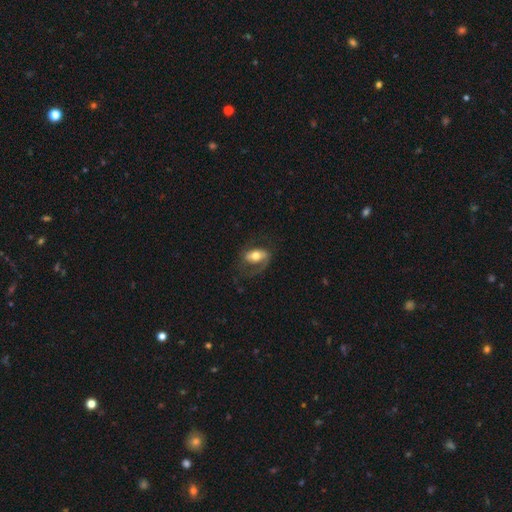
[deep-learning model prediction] Q: Smooth or featured?
A: featured or disk (53%); runner-up: smooth (40%)
Q: Edge-on disk?
A: no (93%); runner-up: yes (7%)
Q: Merging?
A: none (54%); runner-up: major disturbance (23%)